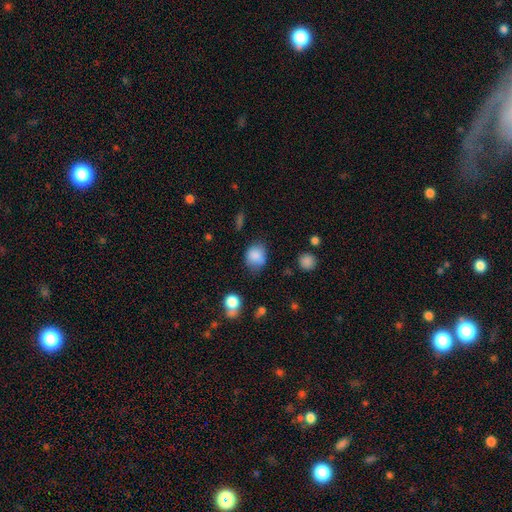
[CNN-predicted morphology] Smooth or featured? smooth (84%)
How rounded? round (59%)
Merging? none (62%)